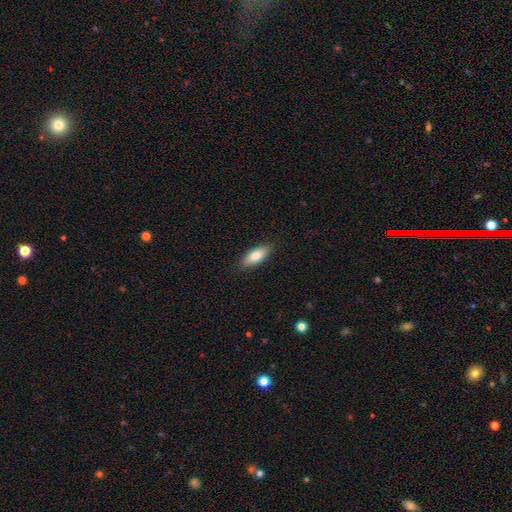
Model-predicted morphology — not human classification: This is likely a smooth galaxy (77%). How rounded: likely in between (75%). Merging: clearly none (87%).